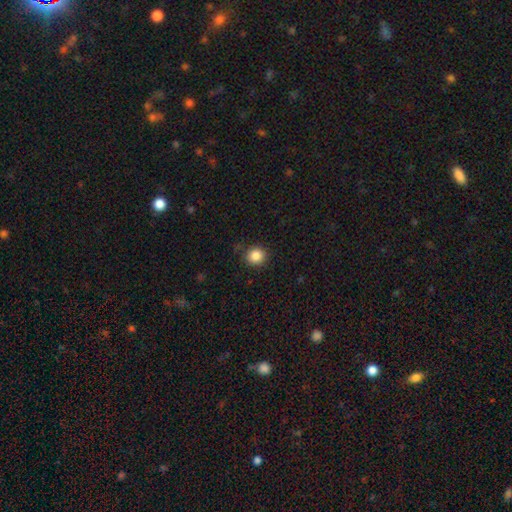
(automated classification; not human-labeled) Q: Smooth or featured?
A: smooth (86%); runner-up: star or artifact (10%)
Q: How rounded?
A: round (86%); runner-up: in between (13%)
Q: Merging?
A: none (85%); runner-up: minor disturbance (11%)